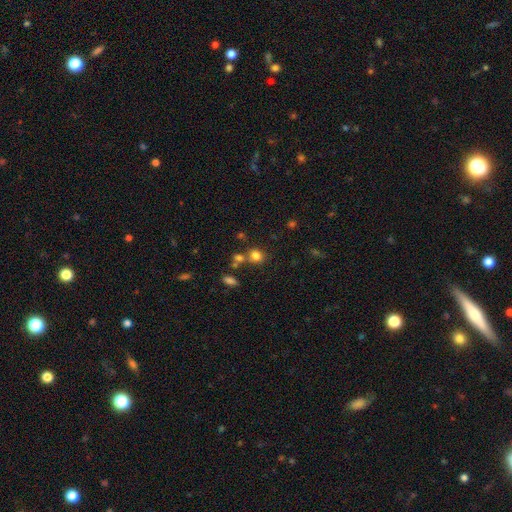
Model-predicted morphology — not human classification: Q: Smooth or featured?
A: smooth (79%); runner-up: star or artifact (14%)
Q: How rounded?
A: round (72%); runner-up: in between (27%)
Q: Merging?
A: none (63%); runner-up: merger (21%)